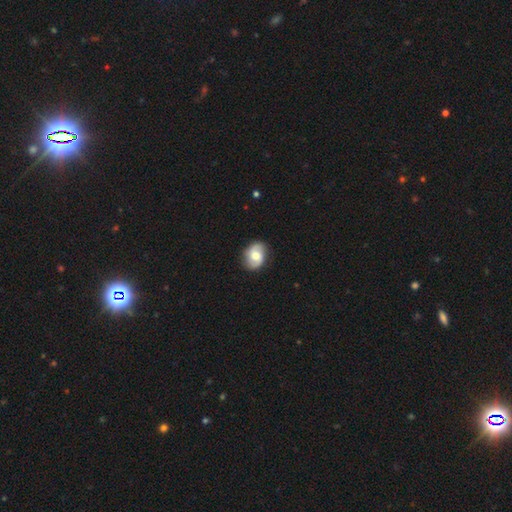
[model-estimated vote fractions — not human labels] Morphology: type=featured or disk (50%); edge-on=no (97%); merging=none (83%).